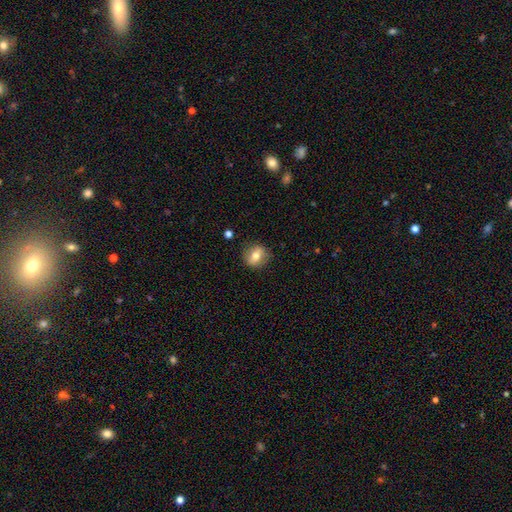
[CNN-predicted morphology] smooth_or_featured: smooth (p=0.64) [alt: featured or disk p=0.28]
how_rounded: round (p=0.67) [alt: in between p=0.31]
merging: none (p=0.86) [alt: minor disturbance p=0.10]